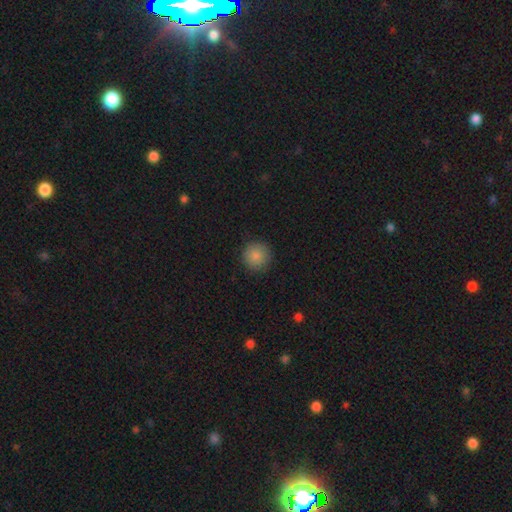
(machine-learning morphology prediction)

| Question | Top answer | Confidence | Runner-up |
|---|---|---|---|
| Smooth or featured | smooth | 85% | star or artifact (10%) |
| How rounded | round | 95% | in between (4%) |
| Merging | none | 90% | minor disturbance (7%) |